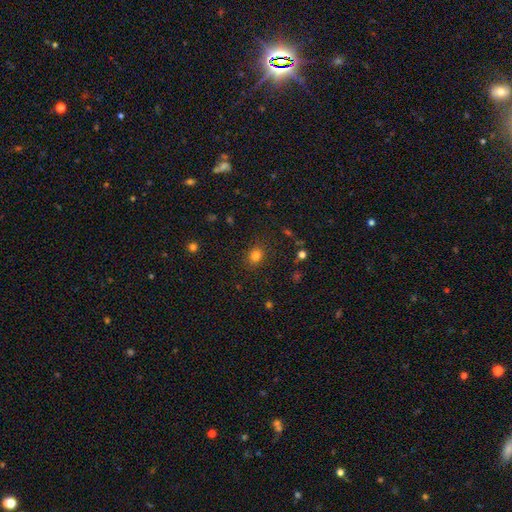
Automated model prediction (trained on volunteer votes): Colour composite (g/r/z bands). It shows a smooth galaxy with no disk features (80%) that is round (58%). Merging: none (85%).